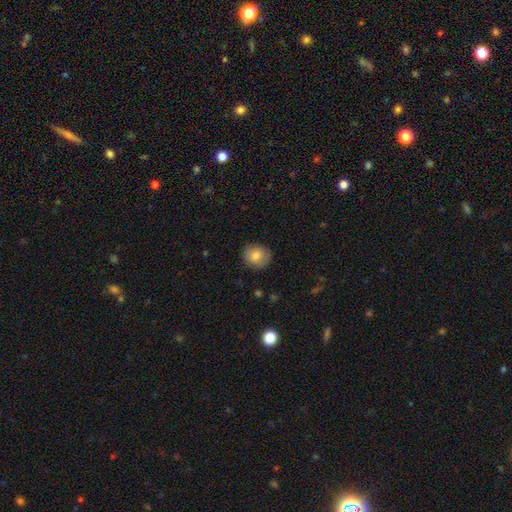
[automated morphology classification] smooth_or_featured: smooth (p=0.78) [alt: featured or disk p=0.14]
how_rounded: round (p=0.73) [alt: in between p=0.26]
merging: none (p=0.83) [alt: minor disturbance p=0.13]